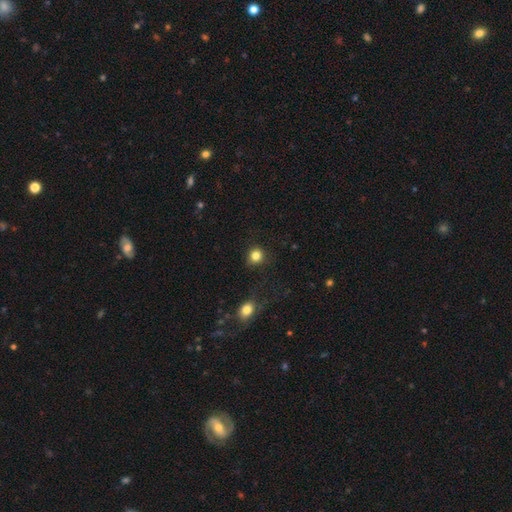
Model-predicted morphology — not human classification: A smooth galaxy with no disk features (84%) that is round (87%). Merging: none (86%).